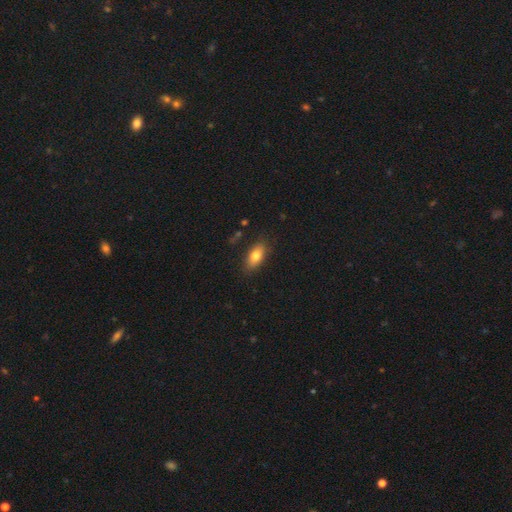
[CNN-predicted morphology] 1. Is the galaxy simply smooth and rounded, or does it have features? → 78% smooth, 14% featured or disk, 8% star or artifact.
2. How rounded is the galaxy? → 86% in between, 9% cigar-shaped, 5% round.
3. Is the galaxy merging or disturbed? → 84% none, 12% minor disturbance, 3% major disturbance, 2% merger.